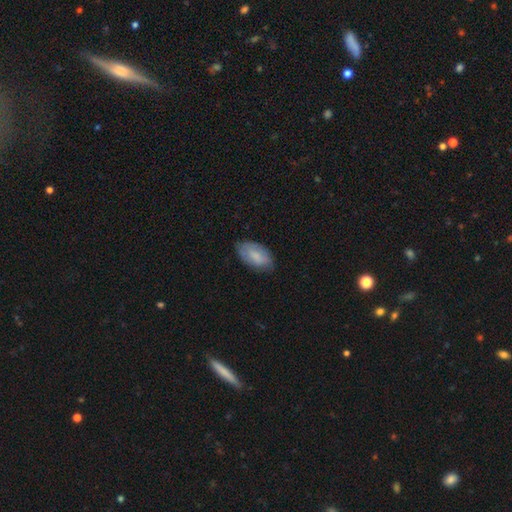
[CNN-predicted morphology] This is likely a smooth galaxy (78%). How rounded: clearly in between (94%). Merging: likely none (74%).